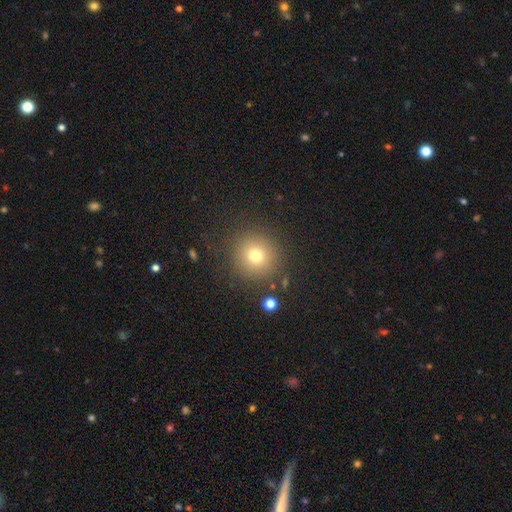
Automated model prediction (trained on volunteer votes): smooth-or-featured: smooth: 73% | star or artifact: 16% | featured or disk: 11%
  how-rounded: round: 94% | in between: 5% | cigar-shaped: 1%
  merging: none: 86% | minor disturbance: 8% | major disturbance: 4% | merger: 2%